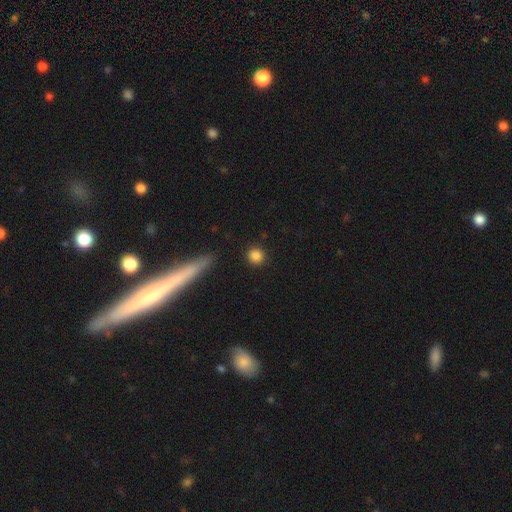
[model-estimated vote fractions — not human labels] smooth_or_featured: smooth (p=0.86) [alt: star or artifact p=0.09]
how_rounded: round (p=0.93) [alt: in between p=0.06]
merging: none (p=0.91) [alt: minor disturbance p=0.05]